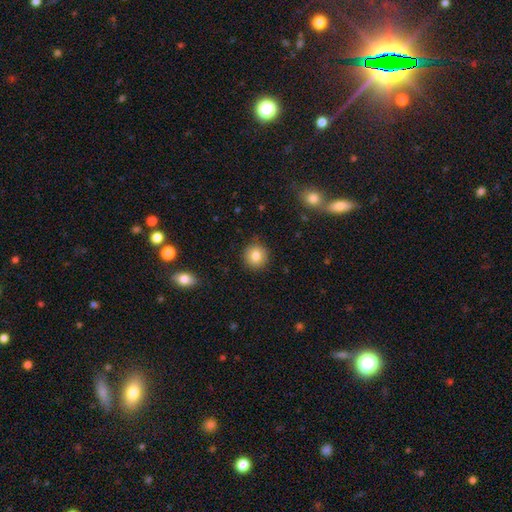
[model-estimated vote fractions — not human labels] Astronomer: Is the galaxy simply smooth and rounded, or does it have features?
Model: smooth — 83%.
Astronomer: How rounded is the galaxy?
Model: round — 92%.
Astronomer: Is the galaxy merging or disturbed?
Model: none — 88%.